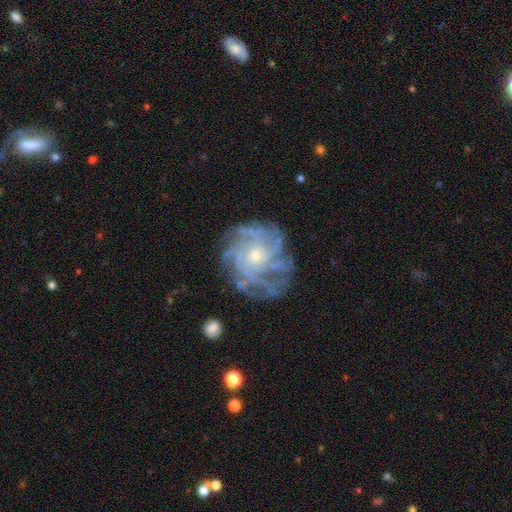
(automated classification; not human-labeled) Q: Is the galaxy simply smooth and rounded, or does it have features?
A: featured or disk — 85%.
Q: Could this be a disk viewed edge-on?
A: no — 98%.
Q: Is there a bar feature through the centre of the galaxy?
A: no — 79%.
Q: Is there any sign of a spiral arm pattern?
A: yes — 94%.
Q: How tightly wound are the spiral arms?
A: tight — 60%.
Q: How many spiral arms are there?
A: more than 4 — 32%.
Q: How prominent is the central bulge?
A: small — 67%.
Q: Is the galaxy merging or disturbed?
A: none — 72%.